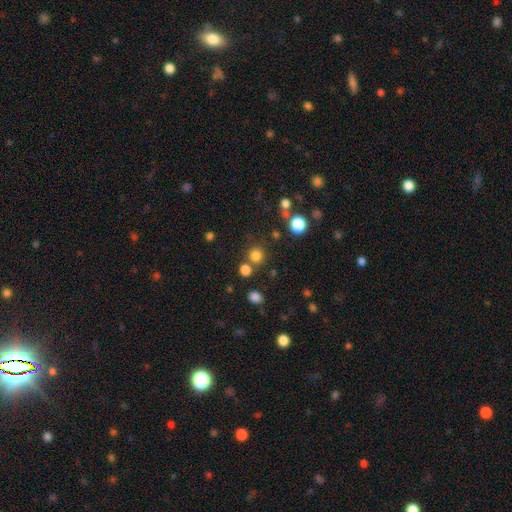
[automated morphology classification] Smooth or featured?
  - smooth: 78% *
  - star or artifact: 17%
  - featured or disk: 5%
How rounded?
  - round: 91% *
  - in between: 8%
  - cigar-shaped: 1%
Merging?
  - none: 75% *
  - merger: 13%
  - minor disturbance: 8%
  - major disturbance: 4%